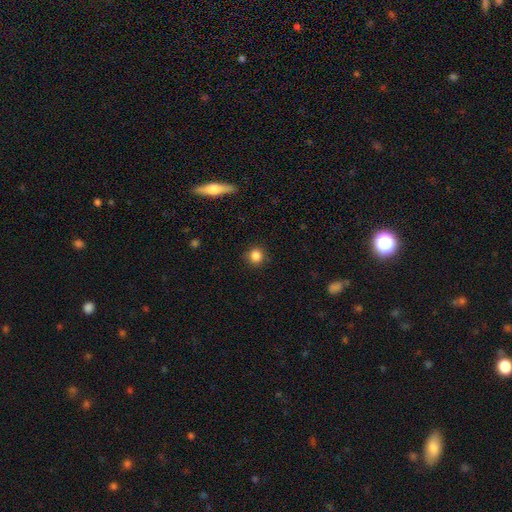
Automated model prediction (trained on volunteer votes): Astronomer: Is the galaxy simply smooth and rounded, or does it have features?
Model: smooth — 86%.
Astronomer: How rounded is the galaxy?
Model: round — 88%.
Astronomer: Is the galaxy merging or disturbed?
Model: none — 88%.